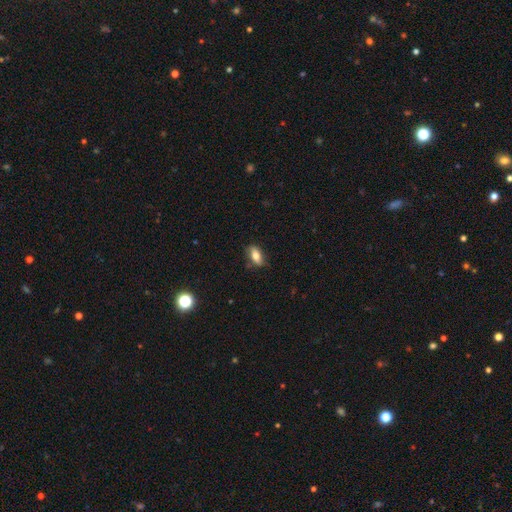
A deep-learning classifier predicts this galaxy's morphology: smooth_or_featured: smooth (p=0.75) [alt: featured or disk p=0.18]
how_rounded: in between (p=0.83) [alt: cigar-shaped p=0.12]
merging: none (p=0.79) [alt: minor disturbance p=0.16]